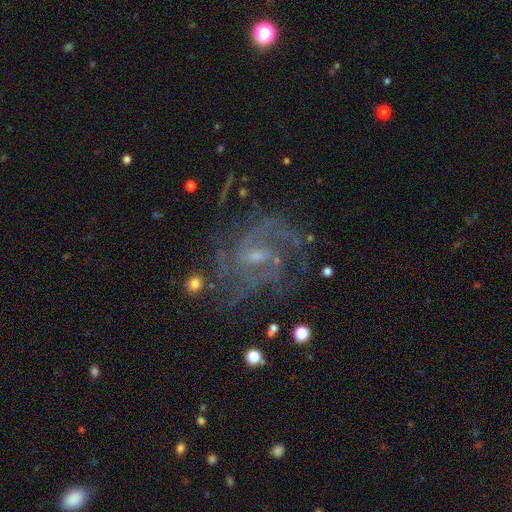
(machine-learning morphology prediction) Overall: featured or disk (86%). Edge-on disk: no (98%). Bar: weak (57%; no 32%). Spiral arms: yes (94%). Spiral arm count: can't tell (28%; 2 27%). Spiral winding: medium (47%; tight 36%). Bulge size: small (63%; moderate 26%). Merging: none (65%).